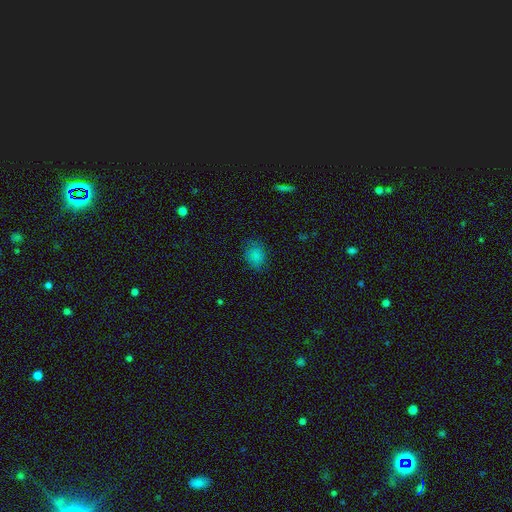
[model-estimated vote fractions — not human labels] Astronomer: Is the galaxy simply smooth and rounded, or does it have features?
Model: smooth — 83%.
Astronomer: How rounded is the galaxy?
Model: in between — 58% (runner-up: round, 41%).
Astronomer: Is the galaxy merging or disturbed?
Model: none — 77%.